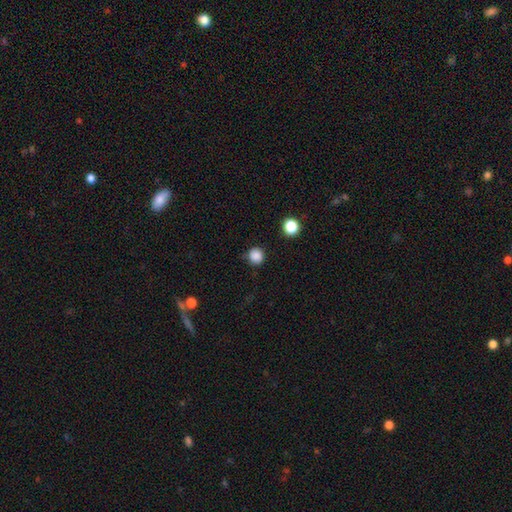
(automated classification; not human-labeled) Overall: smooth (86%). How rounded: round (93%). Merging: none (84%).